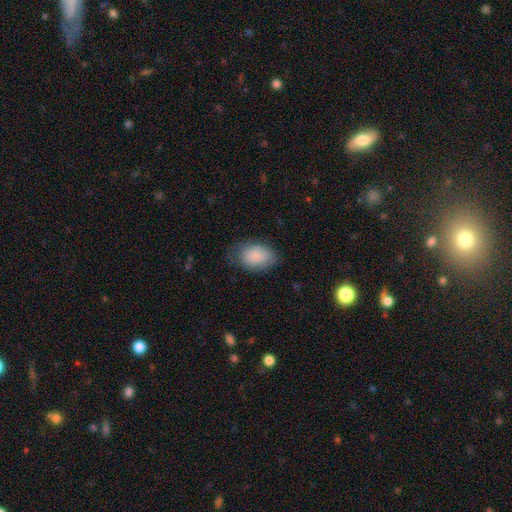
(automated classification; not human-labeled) Q: Smooth or featured?
A: smooth (88%); runner-up: star or artifact (6%)
Q: How rounded?
A: in between (87%); runner-up: round (11%)
Q: Merging?
A: none (71%); runner-up: minor disturbance (21%)